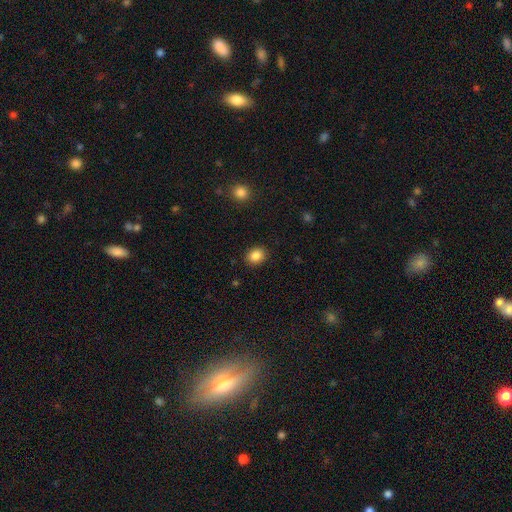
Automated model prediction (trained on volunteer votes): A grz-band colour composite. It shows a smooth galaxy with no disk features (87%) that is in between round and cigar-shaped (50%, tied with round). Merging: none (90%).